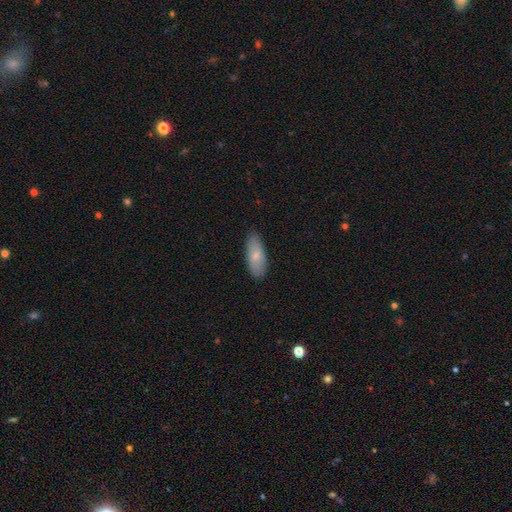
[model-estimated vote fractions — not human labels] A smooth galaxy with no disk features (76%) that is in between round and cigar-shaped (78%).

Vote fractions:
- Smooth or featured? smooth: 76% / featured or disk: 18% / star or artifact: 6%
- How rounded? in between: 78% / cigar-shaped: 20% / round: 2%
- Merging? none: 82% / minor disturbance: 15% / major disturbance: 2% / merger: 1%